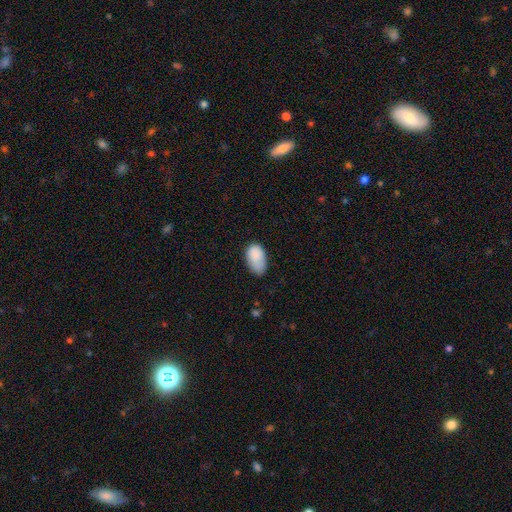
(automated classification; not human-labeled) The model was most divided on "merging": none: 50%, minor disturbance: 37%, major disturbance: 10%, merger: 3%. More confident: how rounded — in between (92%); smooth or featured — smooth (86%).